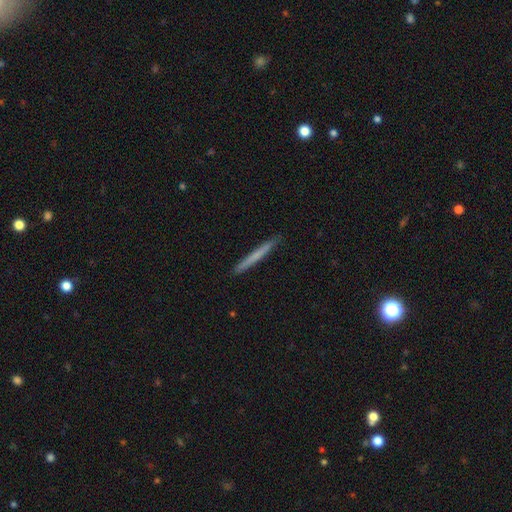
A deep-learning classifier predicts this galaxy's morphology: Smooth or featured?
  - smooth: 61% *
  - featured or disk: 33%
  - star or artifact: 6%
How rounded?
  - cigar-shaped: 97% *
  - in between: 2%
  - round: 1%
Merging?
  - none: 92% *
  - minor disturbance: 6%
  - major disturbance: 1%
  - merger: 1%